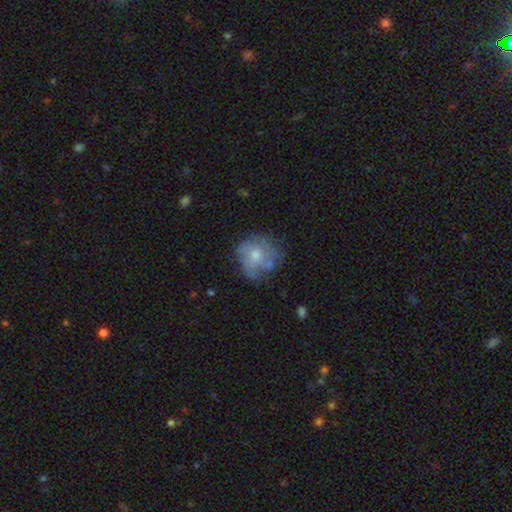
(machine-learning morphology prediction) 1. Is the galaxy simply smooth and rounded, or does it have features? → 47% featured or disk, 45% smooth, 8% star or artifact.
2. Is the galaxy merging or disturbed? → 53% none, 26% minor disturbance, 17% major disturbance, 5% merger.